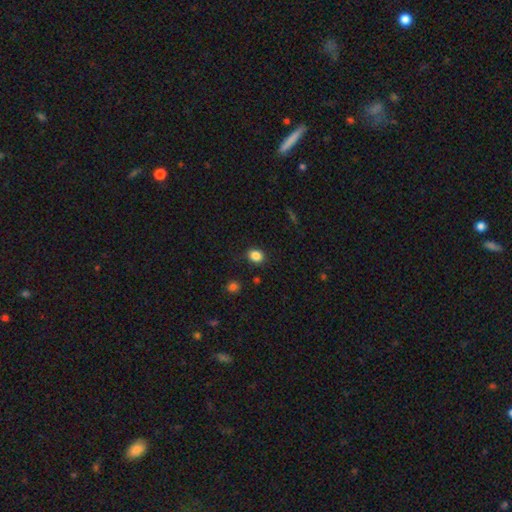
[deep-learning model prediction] Smooth or featured: smooth — 85% (star or artifact — 11%)
How rounded: round — 54% (in between — 45%)
Merging: none — 87% (minor disturbance — 9%)